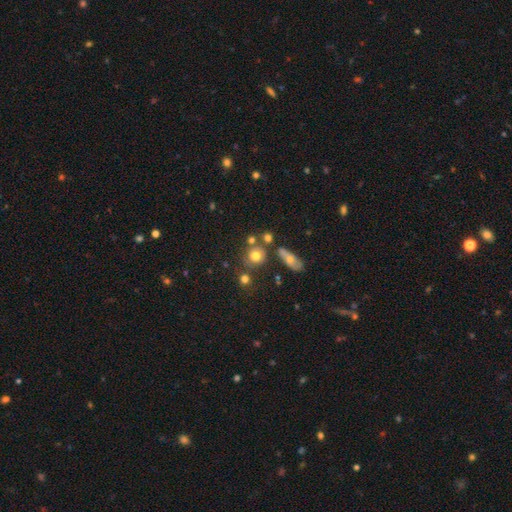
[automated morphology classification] The model was most divided on "merging": none: 66%, merger: 17%, minor disturbance: 13%, major disturbance: 5%. More confident: how rounded — round (82%); smooth or featured — smooth (72%).